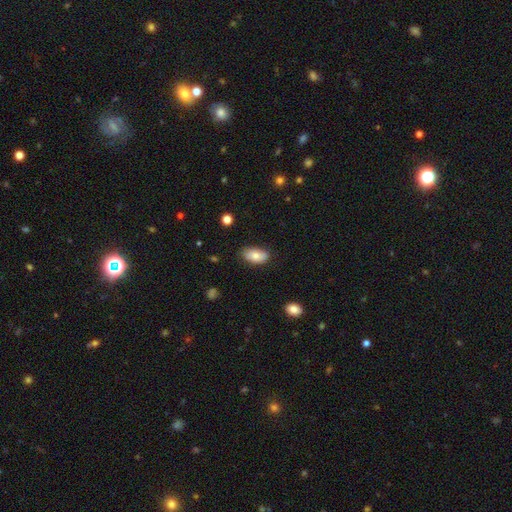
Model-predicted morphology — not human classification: Smooth or featured?
  - smooth: 77% *
  - featured or disk: 15%
  - star or artifact: 8%
How rounded?
  - in between: 93% *
  - round: 4%
  - cigar-shaped: 3%
Merging?
  - none: 77% *
  - minor disturbance: 19%
  - major disturbance: 3%
  - merger: 1%